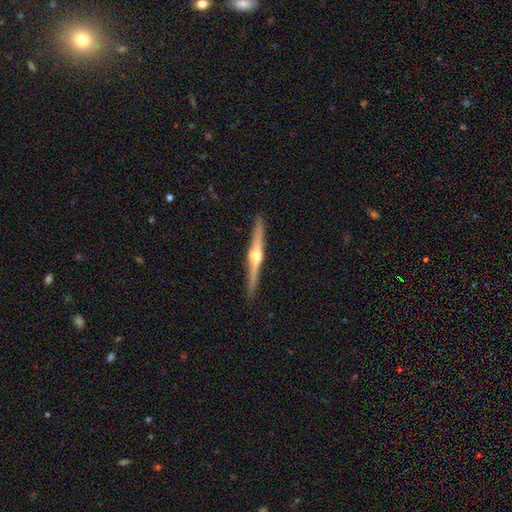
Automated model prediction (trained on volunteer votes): Overall: featured or disk (80%). Edge-on disk: yes (98%). Edge-on bulge: rounded (94%). Merging: none (91%).